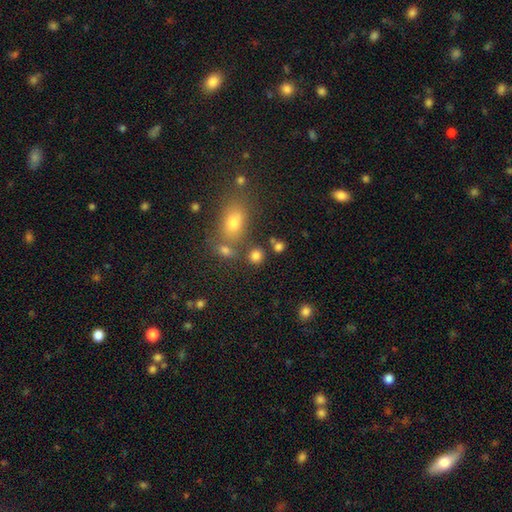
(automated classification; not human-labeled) Smooth or featured: smooth — 80% (star or artifact — 13%)
How rounded: round — 76% (in between — 22%)
Merging: none — 69% (merger — 16%)